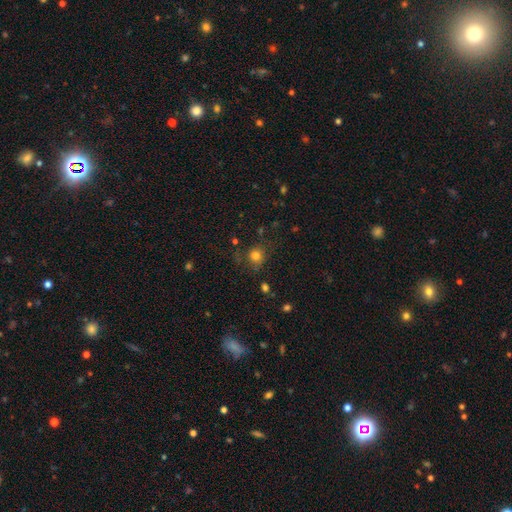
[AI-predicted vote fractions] This appears to be a smooth galaxy with no disk features (77%) that is round (85%). Merging: none (75%).